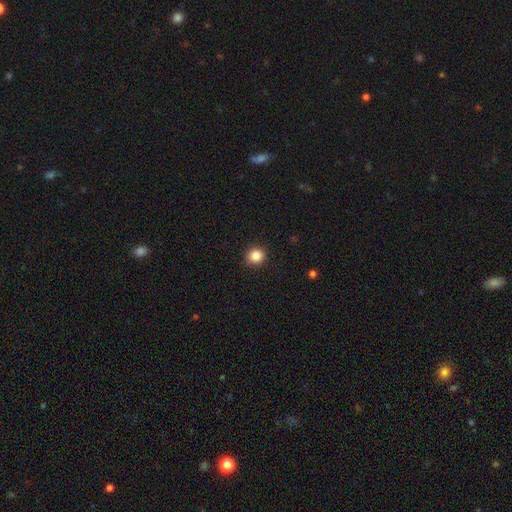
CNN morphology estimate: Smooth or featured? Predicted: smooth (p=0.86). How rounded? Predicted: round (p=0.89). Merging? Predicted: none (p=0.91).